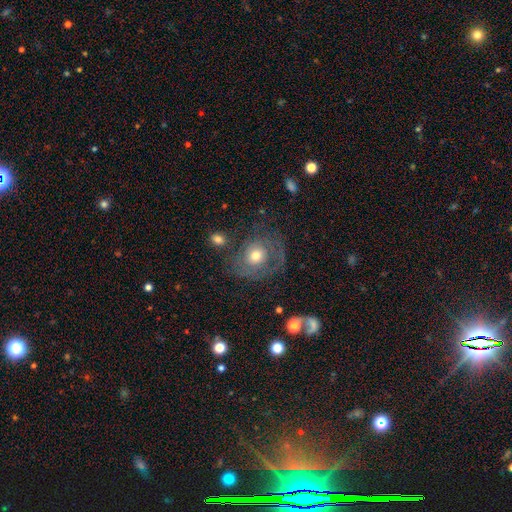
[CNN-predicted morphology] A featured or disk galaxy (48%).

Vote fractions:
- Smooth or featured? featured or disk: 48% / smooth: 42% / star or artifact: 10%
- Merging? none: 55% / minor disturbance: 21% / major disturbance: 20% / merger: 4%